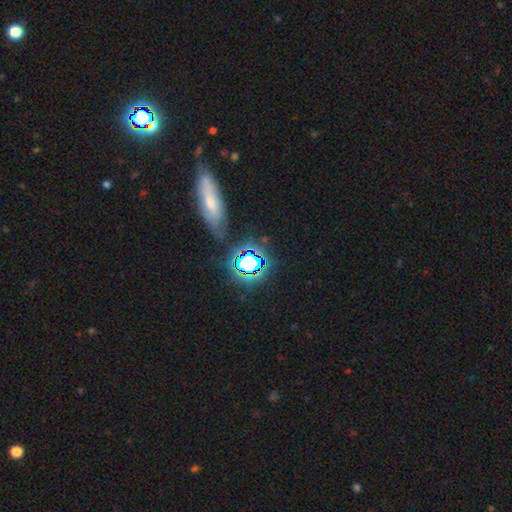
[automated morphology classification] Smooth or featured? Predicted: star or artifact (p=0.57).